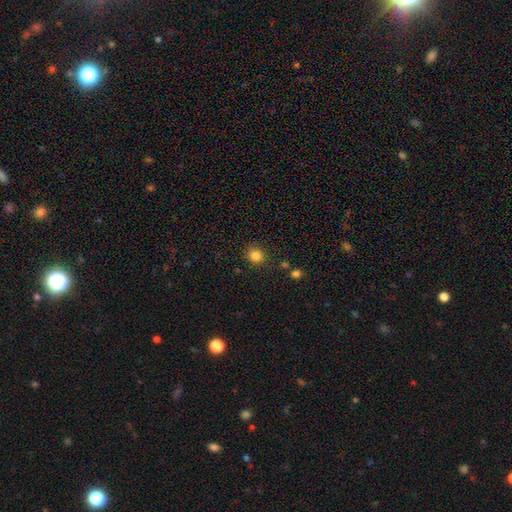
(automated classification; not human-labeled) This is clearly a smooth galaxy (83%). How rounded: clearly round (81%). Merging: clearly none (86%).